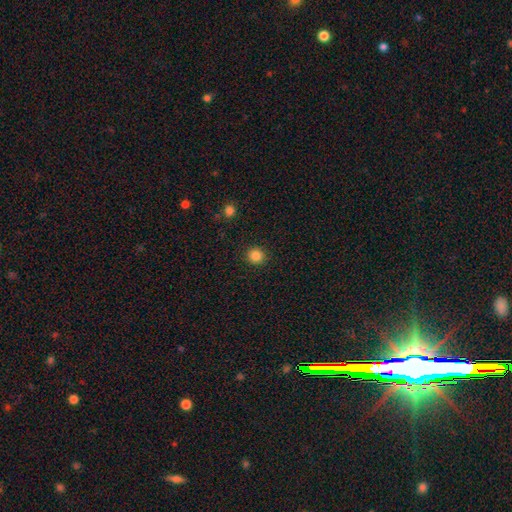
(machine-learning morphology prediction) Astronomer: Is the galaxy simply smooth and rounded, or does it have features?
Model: smooth — 85%.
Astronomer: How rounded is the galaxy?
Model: round — 93%.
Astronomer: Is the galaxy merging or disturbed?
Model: none — 92%.